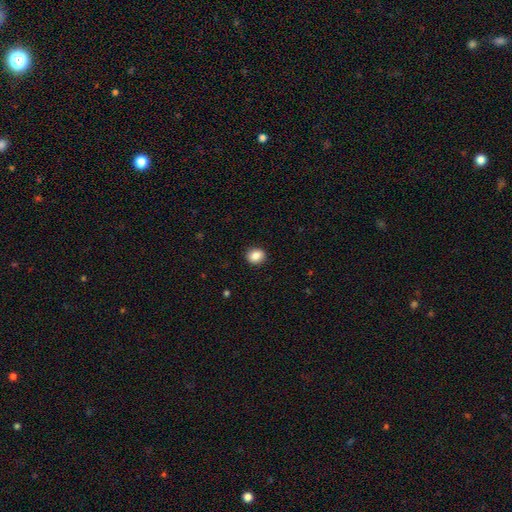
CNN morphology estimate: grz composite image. It shows a smooth galaxy with no disk features (87%) that is round (61%). Merging: none (91%).